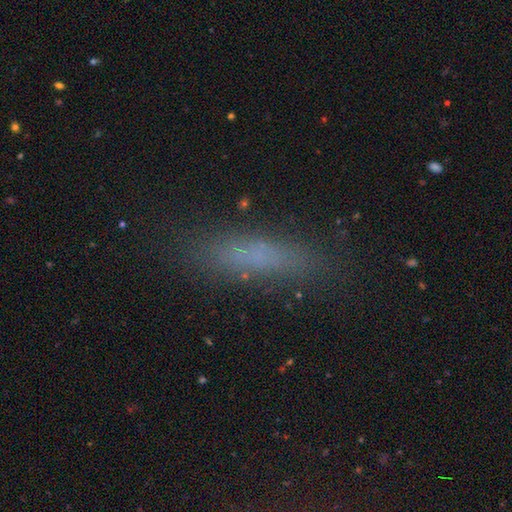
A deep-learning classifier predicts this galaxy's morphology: A smooth galaxy with no disk features (66%) that is cigar-shaped (77%). Merging: none (80%).